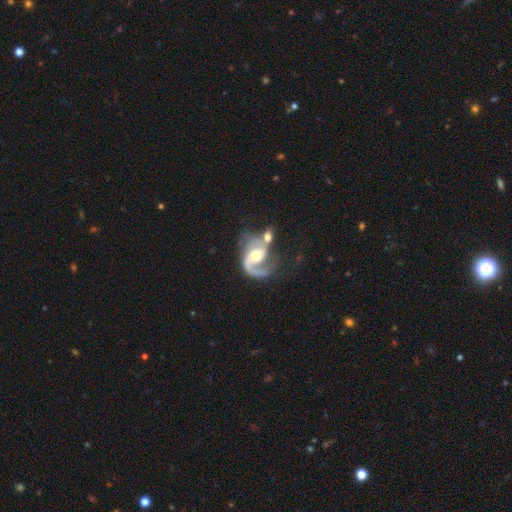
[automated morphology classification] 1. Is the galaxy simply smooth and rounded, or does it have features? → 89% featured or disk, 7% smooth, 5% star or artifact.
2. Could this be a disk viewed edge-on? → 98% no, 2% yes.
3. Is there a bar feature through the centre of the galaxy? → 53% no, 36% weak, 11% strong.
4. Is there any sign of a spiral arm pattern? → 97% yes, 3% no.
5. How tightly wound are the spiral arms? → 52% medium, 28% loose, 19% tight.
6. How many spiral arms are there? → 65% 2, 27% 1, 3% can't tell, 2% 3, 1% 4, 1% more than 4.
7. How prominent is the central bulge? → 64% moderate, 26% small, 7% large, 2% none, 1% dominant.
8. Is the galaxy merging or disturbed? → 34% none, 30% merger, 19% major disturbance, 16% minor disturbance.